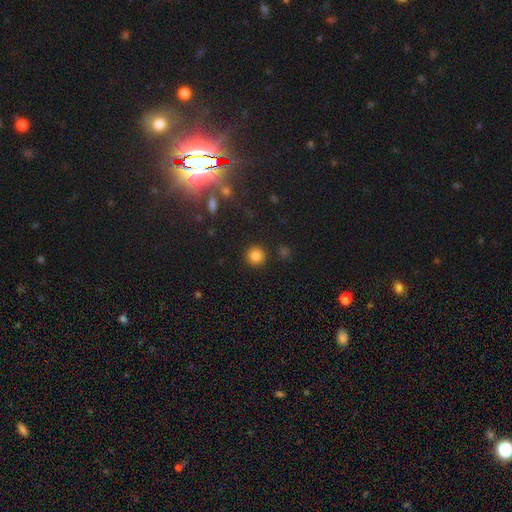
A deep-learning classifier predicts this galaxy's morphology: Q: Smooth or featured?
A: smooth (83%); runner-up: star or artifact (12%)
Q: How rounded?
A: round (94%); runner-up: in between (5%)
Q: Merging?
A: none (91%); runner-up: minor disturbance (5%)